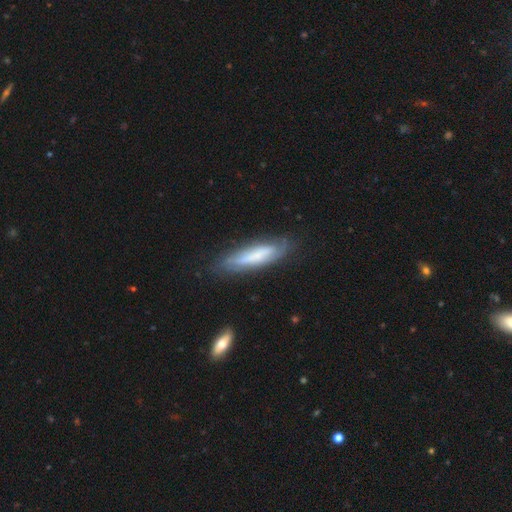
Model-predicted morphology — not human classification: smooth-or-featured: smooth: 47% | featured or disk: 46% | star or artifact: 7%
  merging: none: 68% | minor disturbance: 22% | major disturbance: 7% | merger: 2%